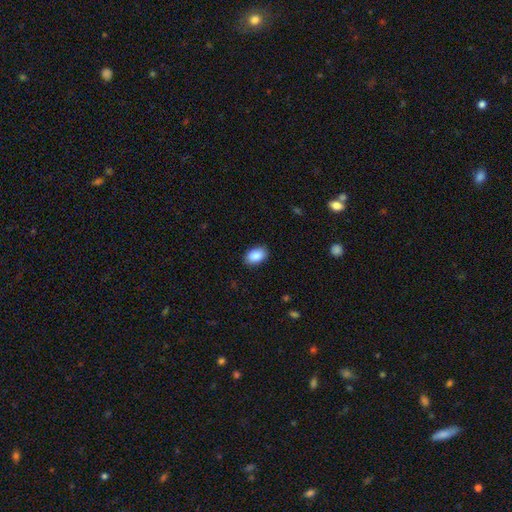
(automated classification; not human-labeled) The model was most divided on "merging": none: 89%, minor disturbance: 8%, major disturbance: 2%, merger: 1%. More confident: how rounded — in between (90%); smooth or featured — smooth (89%).